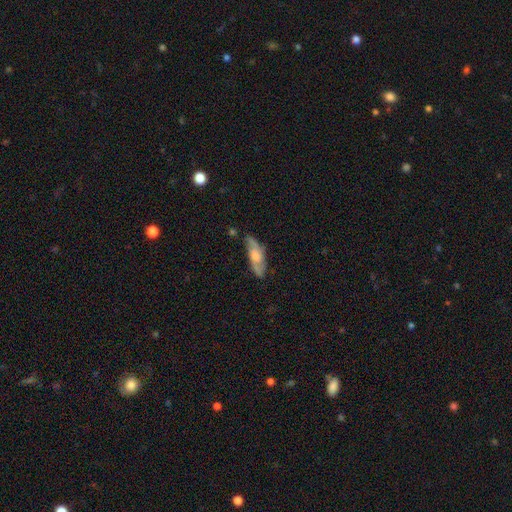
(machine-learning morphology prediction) smooth-or-featured: featured or disk: 60% | smooth: 33% | star or artifact: 7%
  disk-edge-on: no: 77% | yes: 23%
  merging: none: 71% | minor disturbance: 20% | major disturbance: 7% | merger: 2%